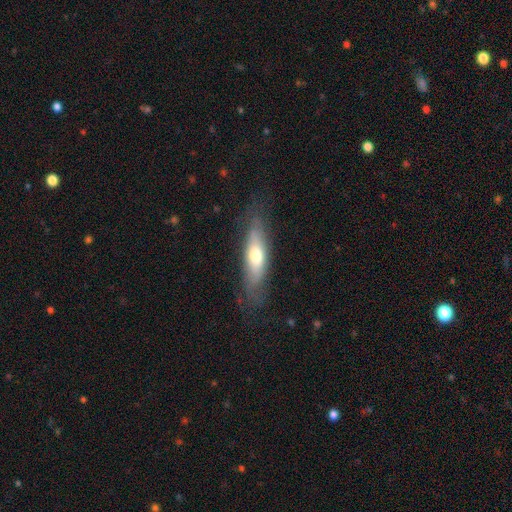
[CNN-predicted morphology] Q: Smooth or featured?
A: smooth (55%); runner-up: featured or disk (39%)
Q: How rounded?
A: cigar-shaped (60%); runner-up: in between (38%)
Q: Merging?
A: none (75%); runner-up: minor disturbance (18%)